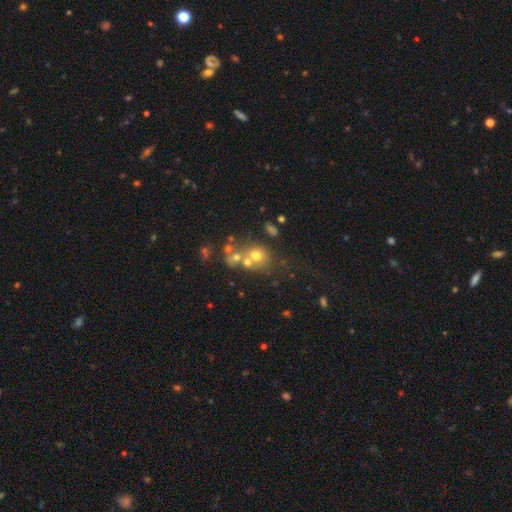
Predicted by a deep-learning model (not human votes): smooth-or-featured: smooth: 57% | featured or disk: 23% | star or artifact: 20%
  how-rounded: round: 73% | in between: 26% | cigar-shaped: 1%
  merging: merger: 42% | none: 41% | minor disturbance: 10% | major disturbance: 7%